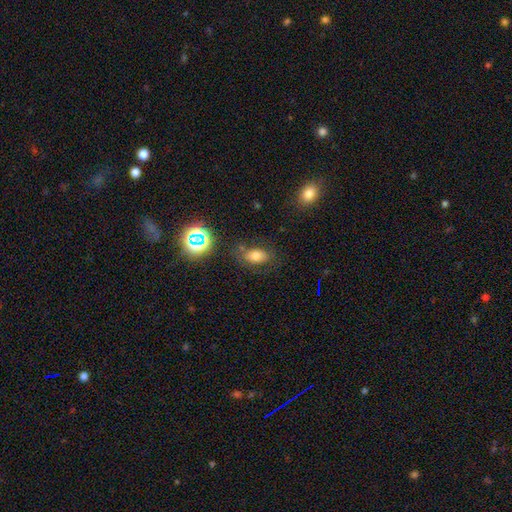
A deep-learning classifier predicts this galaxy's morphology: This is likely a smooth galaxy (68%). How rounded: clearly in between (83%). Merging: likely none (70%).